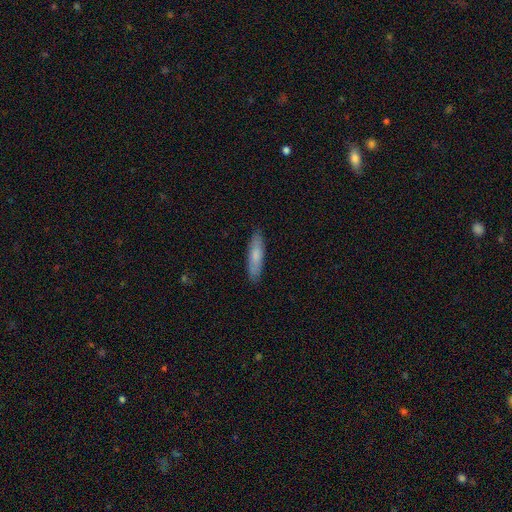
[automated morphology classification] Smooth or featured: smooth — 75% (featured or disk — 19%)
How rounded: cigar-shaped — 72% (in between — 27%)
Merging: none — 87% (minor disturbance — 10%)